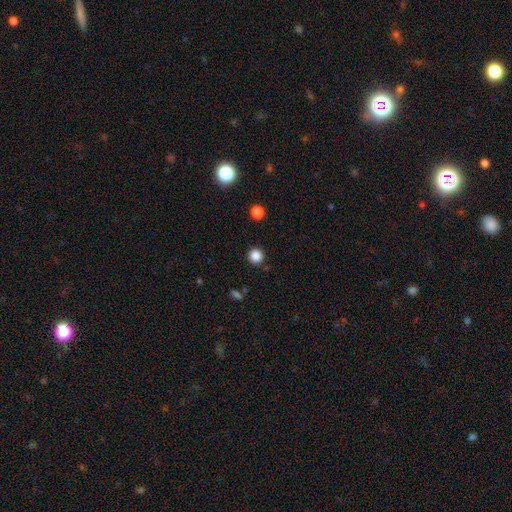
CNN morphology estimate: This is clearly a smooth galaxy (85%). How rounded: clearly round (94%). Merging: clearly none (91%).